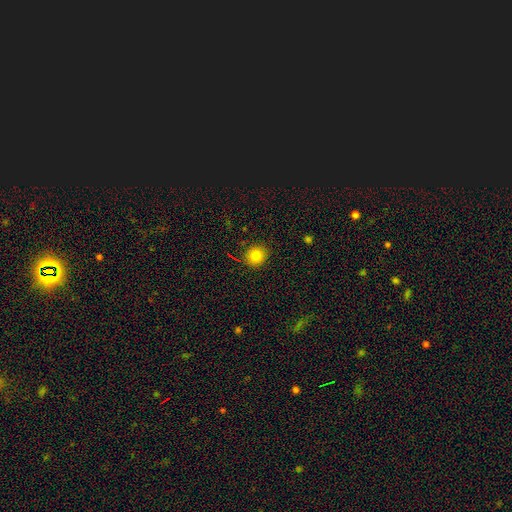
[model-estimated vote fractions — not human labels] smooth 81%, star or artifact 12%, featured or disk 8%. Down the decision tree: how rounded — round (85%); merging — none (89%).